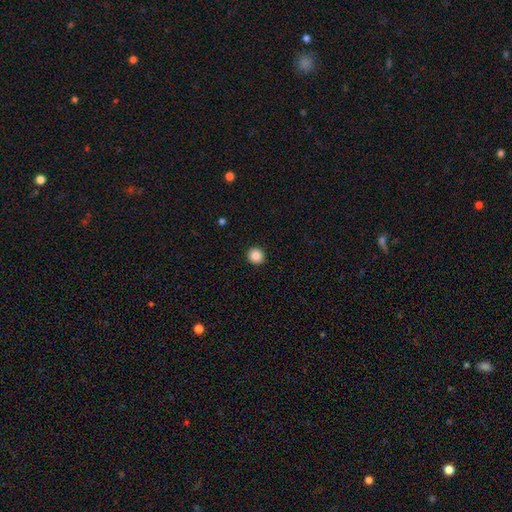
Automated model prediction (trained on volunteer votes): The model was most divided on "smooth or featured": smooth: 87%, star or artifact: 10%, featured or disk: 3%. More confident: how rounded — round (93%); merging — none (93%).